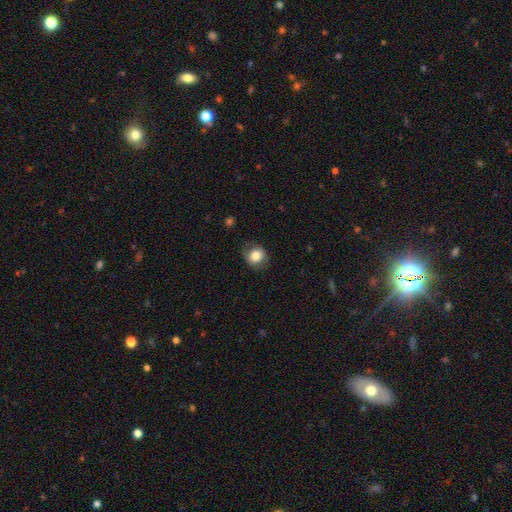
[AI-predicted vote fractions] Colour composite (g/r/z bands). It shows a smooth galaxy with no disk features (79%) that is round (73%). Merging: none (76%).